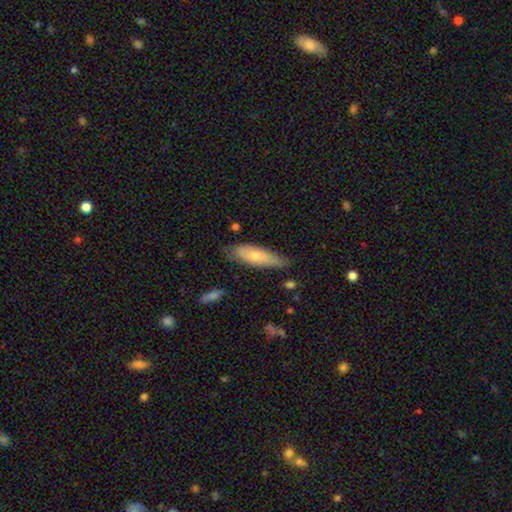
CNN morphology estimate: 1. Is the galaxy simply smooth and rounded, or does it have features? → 65% smooth, 29% featured or disk, 6% star or artifact.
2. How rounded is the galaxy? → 50% in between, 48% cigar-shaped, 2% round.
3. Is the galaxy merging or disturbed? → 67% none, 26% minor disturbance, 5% major disturbance, 2% merger.